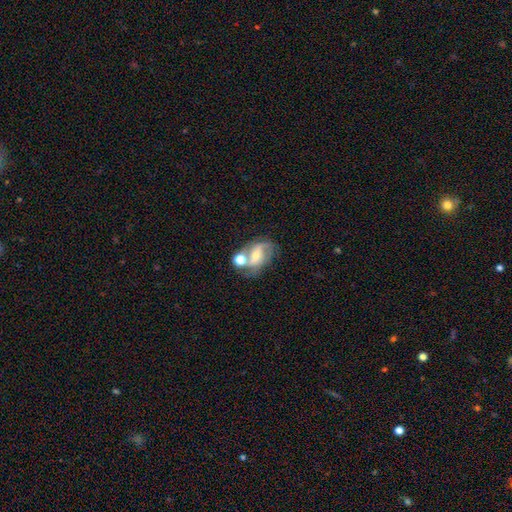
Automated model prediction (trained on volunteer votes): A featured or disk galaxy (68%) with a weak bar (41%), 2 (80%) medium (43%, tied with loose) spiral arms (87%) and a moderate central bulge (47%).

Vote fractions:
- Smooth or featured? featured or disk: 68% / smooth: 22% / star or artifact: 10%
- Edge-on disk? no: 97% / yes: 3%
- Bar? weak: 41% / no: 35% / strong: 25%
- Spiral arms? yes: 87% / no: 13%
- Spiral winding? medium: 43% (tied) / loose: 43% (tied) / tight: 14%
- Spiral arm count? 2: 80% / can't tell: 8% / 1: 6% / 3: 4% / 4: 1% / more than 4: 1%
- Bulge size? moderate: 47% / small: 46% / large: 3% / none: 3% / dominant: 1%
- Merging? none: 41% / merger: 32% / minor disturbance: 17% / major disturbance: 11%